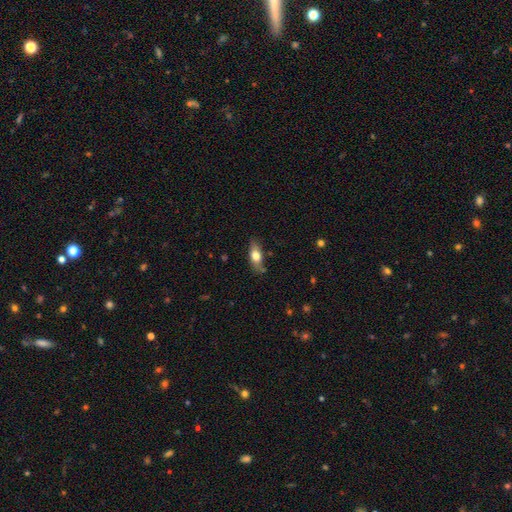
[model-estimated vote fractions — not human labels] A smooth galaxy with no disk features (69%) that is in between round and cigar-shaped (73%). Merging: none (76%).